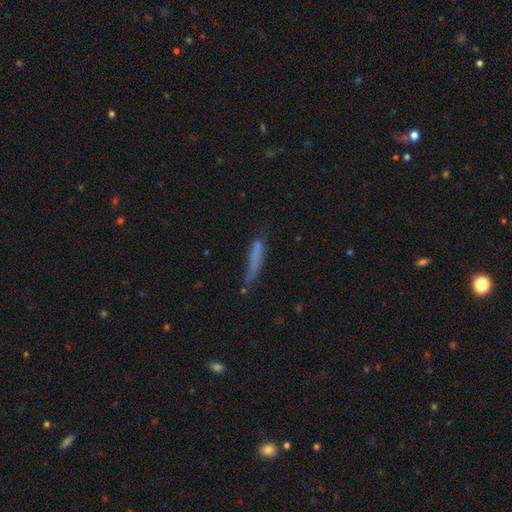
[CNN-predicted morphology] Smooth or featured: smooth — 69% (featured or disk — 21%)
How rounded: cigar-shaped — 91% (in between — 7%)
Merging: none — 63% (minor disturbance — 23%)